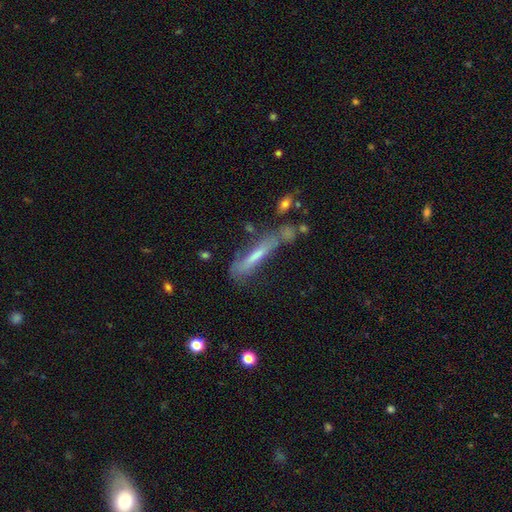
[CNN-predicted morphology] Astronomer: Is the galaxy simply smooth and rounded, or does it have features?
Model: smooth — 47% (runner-up: featured or disk, 44%).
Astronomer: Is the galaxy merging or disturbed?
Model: none — 50%.